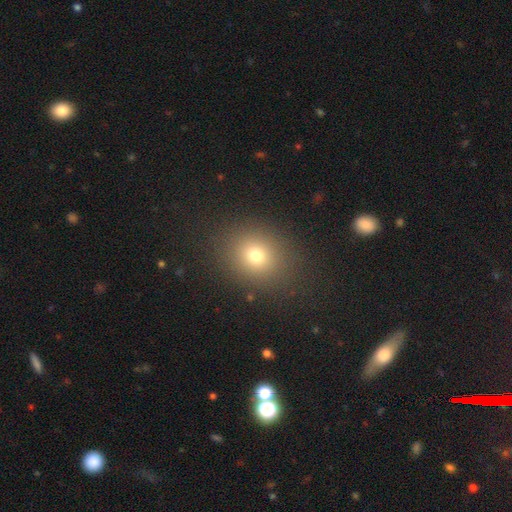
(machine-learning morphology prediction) This appears to be a smooth galaxy with no disk features (74%) that is round (66%). Merging: none (86%).